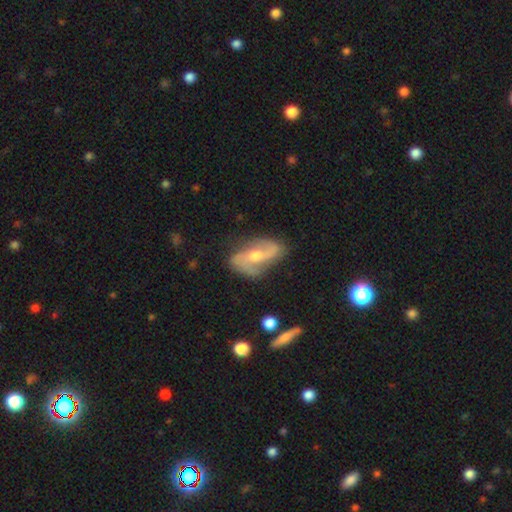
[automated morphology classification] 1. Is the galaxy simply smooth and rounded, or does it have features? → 82% featured or disk, 12% smooth, 6% star or artifact.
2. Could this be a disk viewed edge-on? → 95% no, 5% yes.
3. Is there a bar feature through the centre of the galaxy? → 47% no, 39% weak, 14% strong.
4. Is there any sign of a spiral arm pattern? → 94% yes, 6% no.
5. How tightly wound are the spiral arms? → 48% loose, 38% medium, 14% tight.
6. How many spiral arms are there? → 82% 2, 7% can't tell, 6% 3, 2% 1, 2% 4, 2% more than 4.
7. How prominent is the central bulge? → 60% moderate, 34% small, 3% large, 2% none, 1% dominant.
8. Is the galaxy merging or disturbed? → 70% none, 20% minor disturbance, 7% major disturbance, 2% merger.